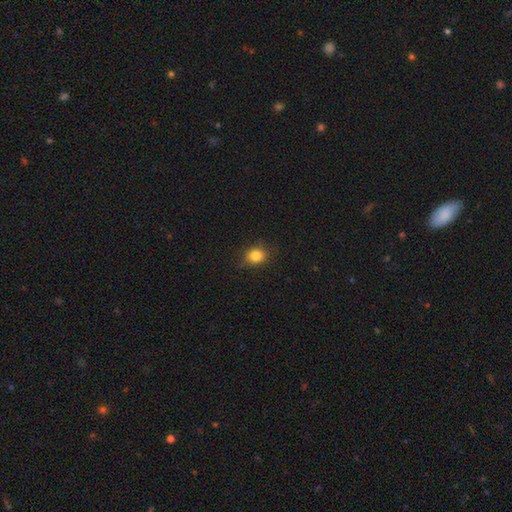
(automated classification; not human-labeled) Morphology: type=smooth (83%); roundness=round (72%); merging=none (82%).